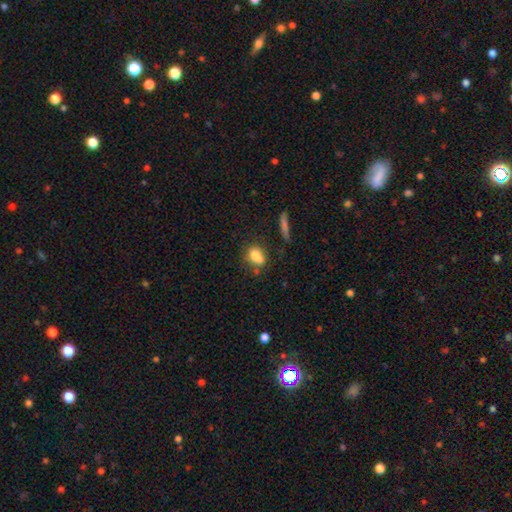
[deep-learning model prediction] This appears to be a smooth galaxy with no disk features (79%) that is in between round and cigar-shaped (69%). Merging: none (55%).